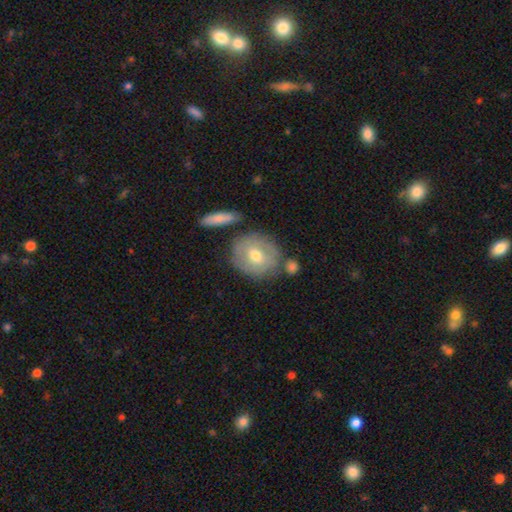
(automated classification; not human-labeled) Smooth or featured: featured or disk — 47% (tied with smooth — 47%)
Merging: none — 68% (minor disturbance — 17%)